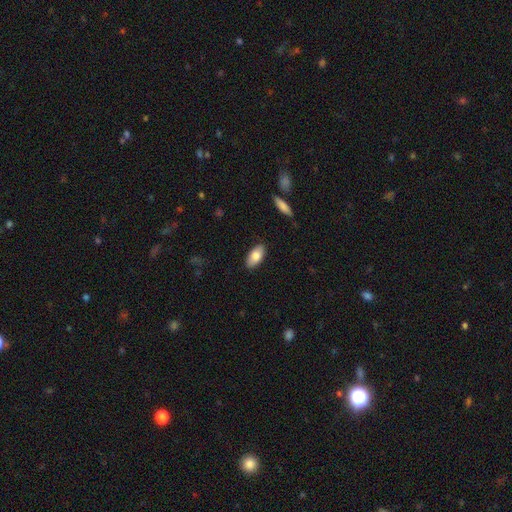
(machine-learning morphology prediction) type=smooth (80%); roundness=in between (93%); merging=none (87%).